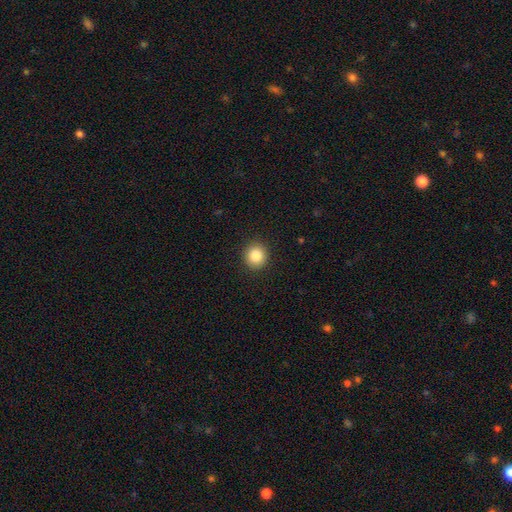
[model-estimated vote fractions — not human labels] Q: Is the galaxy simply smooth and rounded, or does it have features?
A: smooth — 85%.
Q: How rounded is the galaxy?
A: round — 89%.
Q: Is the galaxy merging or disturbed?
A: none — 92%.